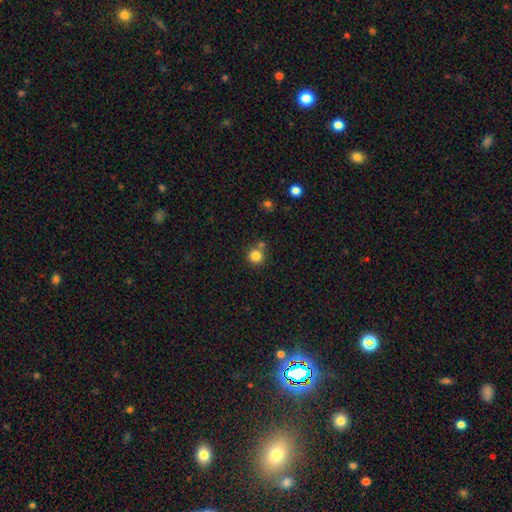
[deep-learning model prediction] smooth_or_featured: smooth (p=0.83) [alt: star or artifact p=0.11]
how_rounded: round (p=0.92) [alt: in between p=0.07]
merging: none (p=0.68) [alt: merger p=0.19]